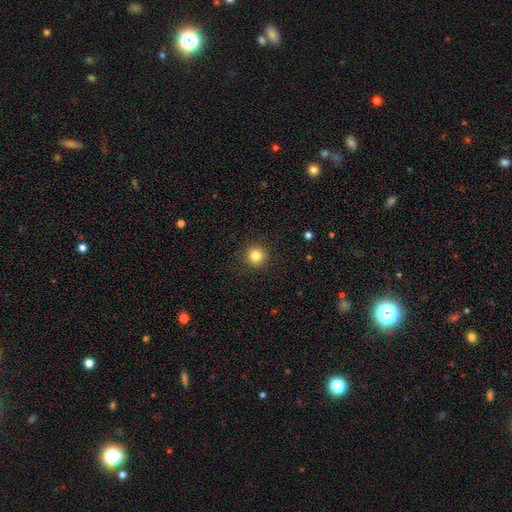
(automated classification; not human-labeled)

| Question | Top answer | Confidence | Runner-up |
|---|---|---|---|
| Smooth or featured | smooth | 83% | star or artifact (12%) |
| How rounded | round | 95% | in between (4%) |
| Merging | none | 93% | minor disturbance (5%) |